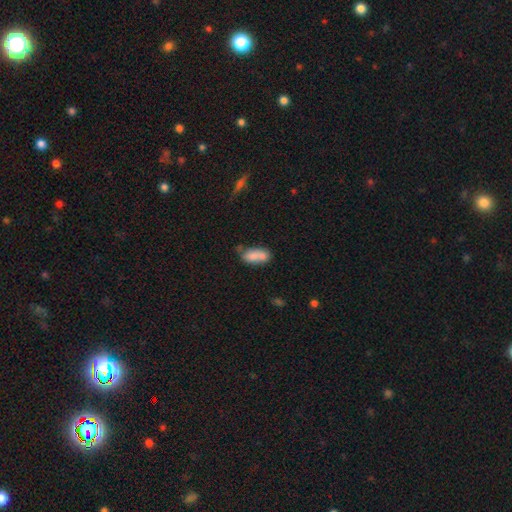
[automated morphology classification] Overall: smooth (76%). How rounded: in between (86%). Merging: none (40%; merger 37%).